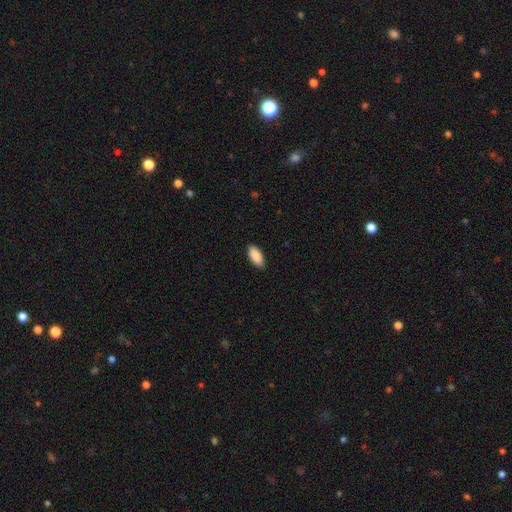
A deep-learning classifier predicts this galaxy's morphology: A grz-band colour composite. It shows a smooth galaxy with no disk features (91%) that is in between round and cigar-shaped (91%). Merging: none (90%).